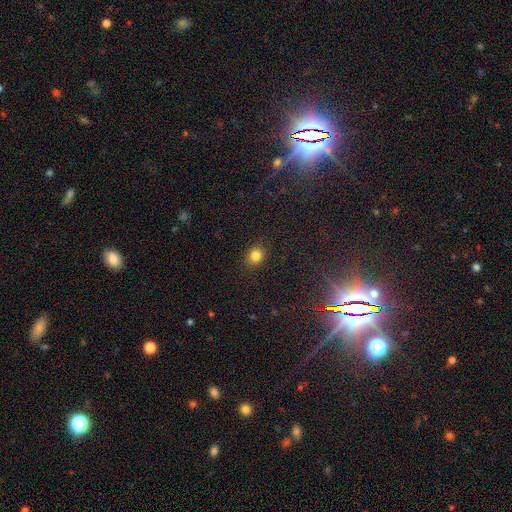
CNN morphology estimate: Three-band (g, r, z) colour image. It shows a smooth galaxy with no disk features (83%) that is round (69%). Merging: none (89%).